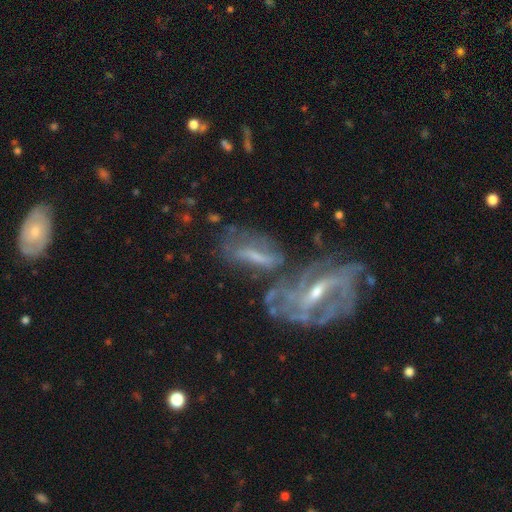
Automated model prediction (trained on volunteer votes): smooth_or_featured: featured or disk (p=0.66) [alt: smooth p=0.23]
disk_edge_on: no (p=0.84) [alt: yes p=0.16]
bar: strong (p=0.39) [alt: weak p=0.38]
has_spiral_arms: yes (p=0.66) [alt: no p=0.34]
bulge_size: moderate (p=0.36) [tied with: small p=0.36]
merging: none (p=0.35) [alt: merger p=0.31]